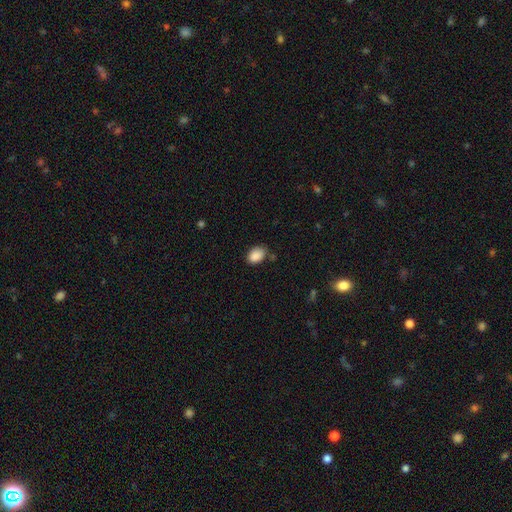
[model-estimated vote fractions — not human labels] Smooth or featured? Predicted: smooth (p=0.88). How rounded? Predicted: in between (p=0.79). Merging? Predicted: none (p=0.73).